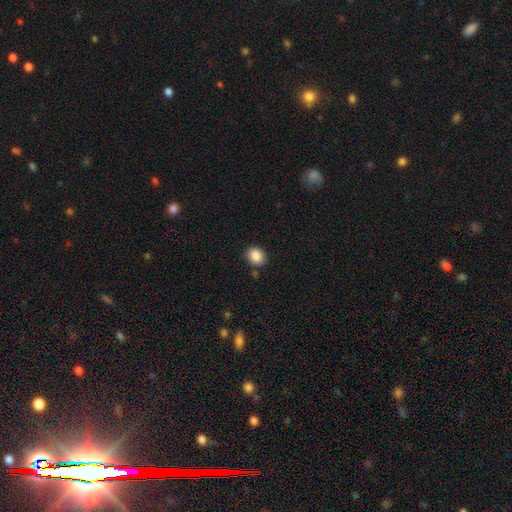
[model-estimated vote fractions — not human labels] smooth_or_featured: smooth (p=0.87) [alt: star or artifact p=0.09]
how_rounded: round (p=0.56) [alt: in between p=0.43]
merging: none (p=0.85) [alt: minor disturbance p=0.09]